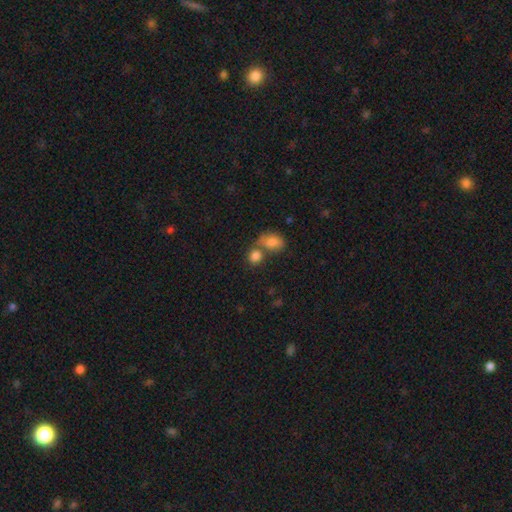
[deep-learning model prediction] A smooth galaxy with no disk features (83%) that is round (65%). Merging: merger (44%).